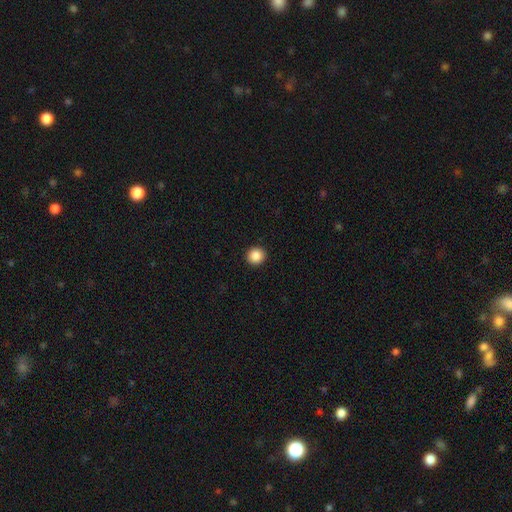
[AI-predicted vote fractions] Smooth or featured?
  - smooth: 87% *
  - star or artifact: 9%
  - featured or disk: 3%
How rounded?
  - round: 91% *
  - in between: 8%
  - cigar-shaped: 1%
Merging?
  - none: 93% *
  - minor disturbance: 4%
  - major disturbance: 2%
  - merger: 1%